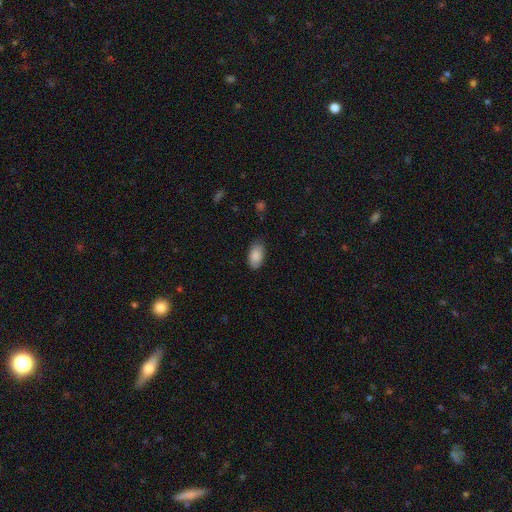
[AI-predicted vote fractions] This is clearly a smooth galaxy (87%). How rounded: clearly in between (94%). Merging: likely none (79%).